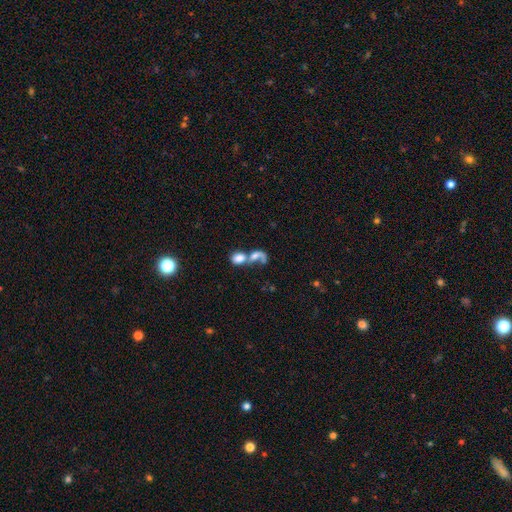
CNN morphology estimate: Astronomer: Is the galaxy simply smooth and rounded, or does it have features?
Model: smooth — 51% (runner-up: featured or disk, 37%).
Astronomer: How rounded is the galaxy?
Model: in between — 65%.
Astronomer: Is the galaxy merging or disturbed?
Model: merger — 72%.